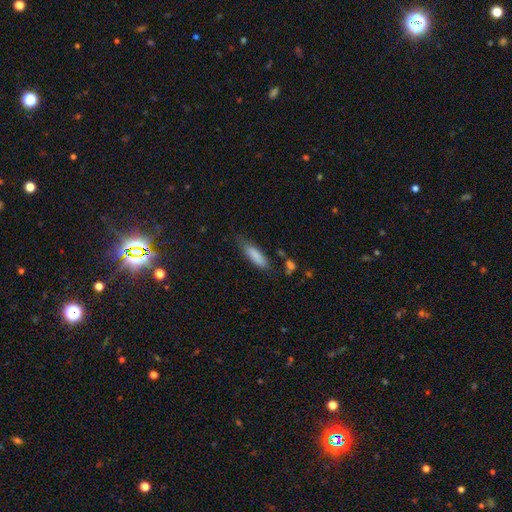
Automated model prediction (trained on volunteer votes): A smooth galaxy with no disk features (84%) that is cigar-shaped (54%). Merging: none (62%).